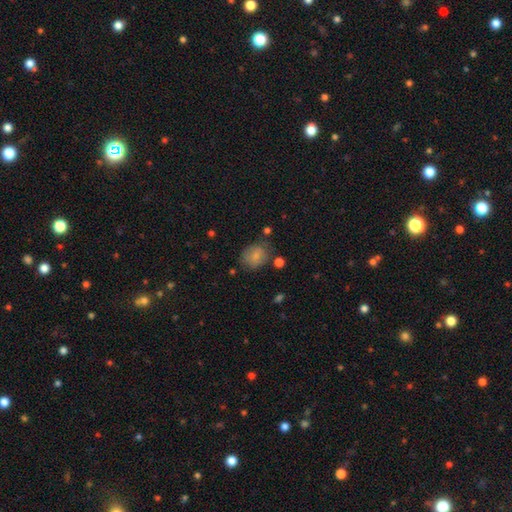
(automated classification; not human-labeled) Smooth or featured? Predicted: smooth (p=0.80). How rounded? Predicted: in between (p=0.51). Merging? Predicted: none (p=0.64).